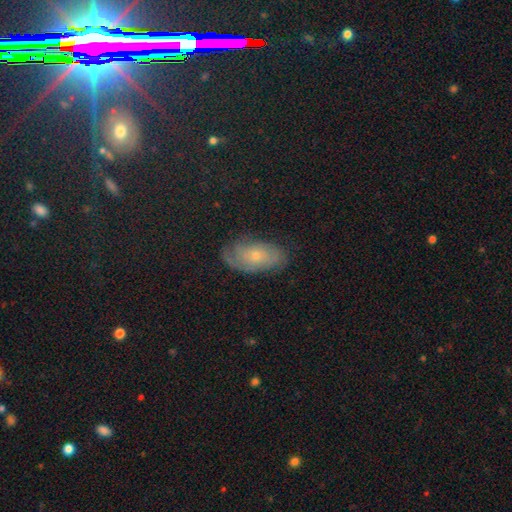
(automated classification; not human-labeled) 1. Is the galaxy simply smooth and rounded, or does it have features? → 52% featured or disk, 34% smooth, 14% star or artifact.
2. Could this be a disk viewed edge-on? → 92% no, 8% yes.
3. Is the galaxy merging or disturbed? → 72% none, 20% minor disturbance, 7% major disturbance, 1% merger.